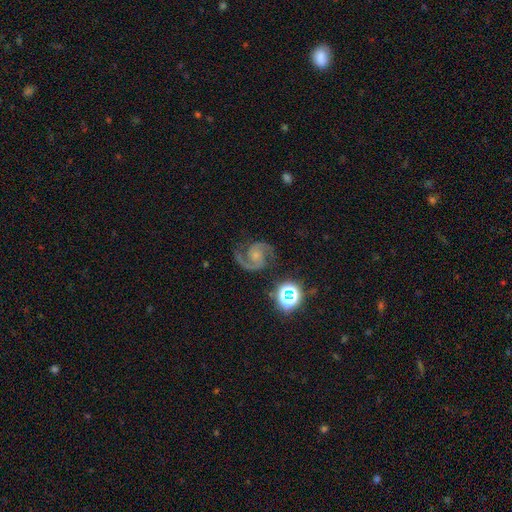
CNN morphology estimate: Smooth or featured: featured or disk — 89% (star or artifact — 7%)
Edge-on disk: no — 98% (yes — 2%)
Bar: no — 67% (weak — 26%)
Spiral arms: yes — 98% (no — 2%)
Spiral winding: medium — 62% (tight — 20%)
Spiral arm count: 2 — 92% (1 — 2%)
Bulge size: small — 61% (moderate — 26%)
Merging: none — 76% (minor disturbance — 14%)